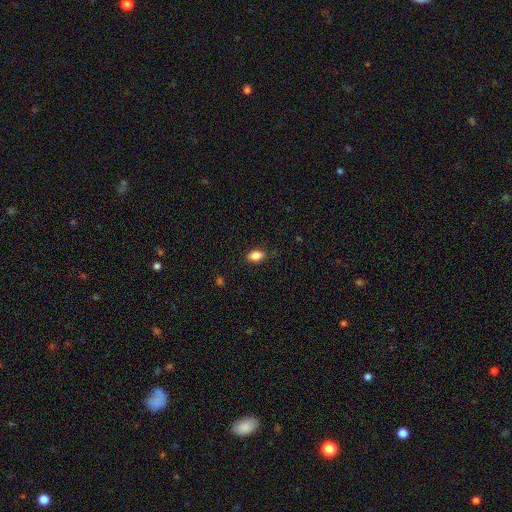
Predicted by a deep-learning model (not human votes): Overall: smooth (87%). How rounded: in between (88%). Merging: none (82%).